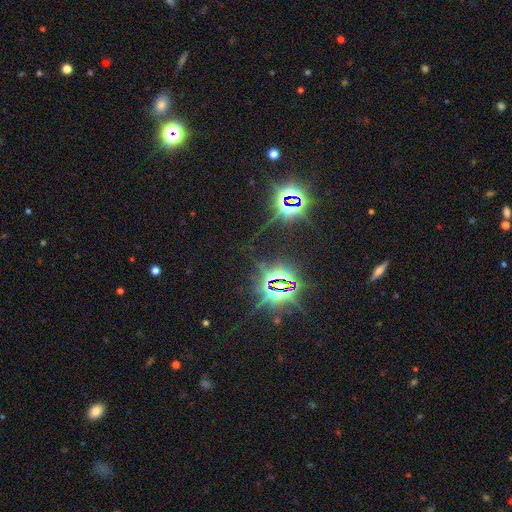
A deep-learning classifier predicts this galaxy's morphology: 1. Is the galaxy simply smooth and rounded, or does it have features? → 85% star or artifact, 8% smooth, 6% featured or disk.